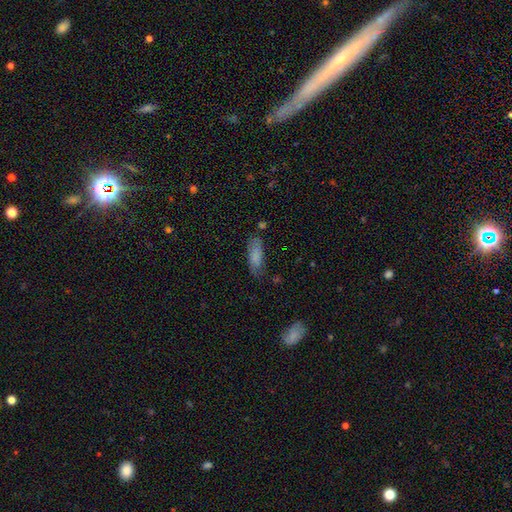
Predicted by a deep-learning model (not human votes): Overall: smooth (80%). How rounded: in between (64%; cigar-shaped 34%). Merging: none (69%).